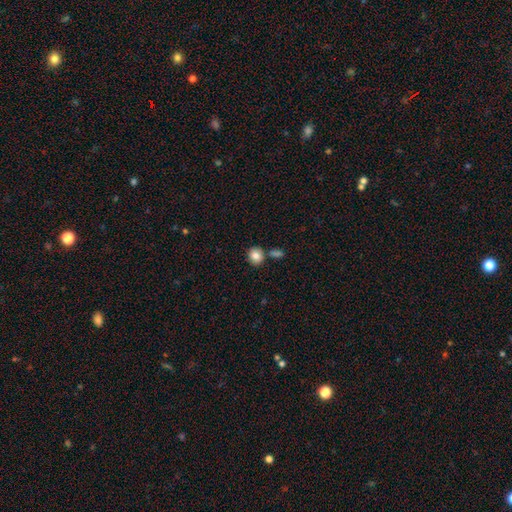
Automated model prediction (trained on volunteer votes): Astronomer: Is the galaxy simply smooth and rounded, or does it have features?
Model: smooth — 84%.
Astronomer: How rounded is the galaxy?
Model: round — 81%.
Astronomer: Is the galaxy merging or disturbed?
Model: none — 74%.